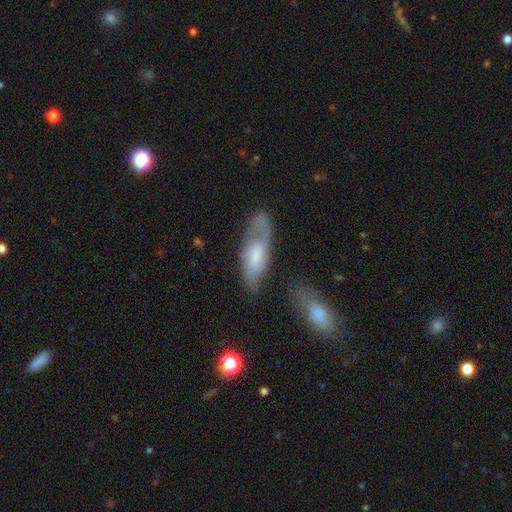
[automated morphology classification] Overall: featured or disk (53%; smooth 41%). Edge-on disk: no (82%). Merging: none (64%).